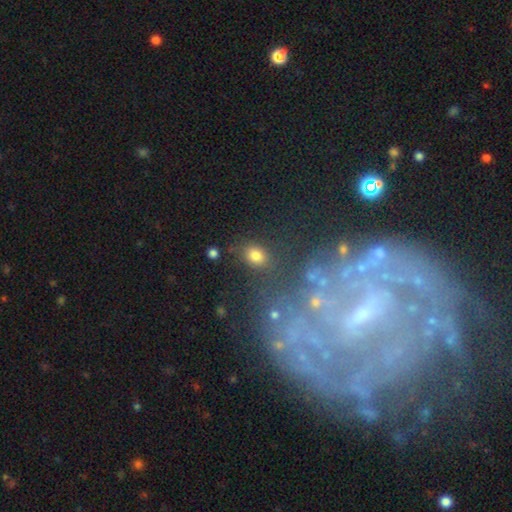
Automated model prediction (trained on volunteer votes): smooth 78%, star or artifact 13%, featured or disk 9%. Down the decision tree: how rounded — in between (50%); merging — none (78%).